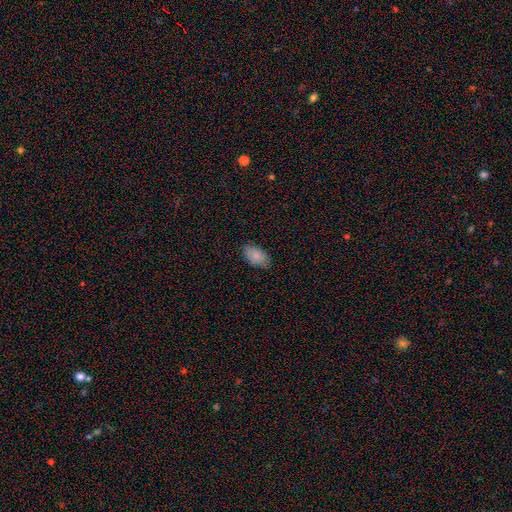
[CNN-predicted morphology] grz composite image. It shows a smooth galaxy with no disk features (86%) that is in between round and cigar-shaped (94%). Merging: none (84%).